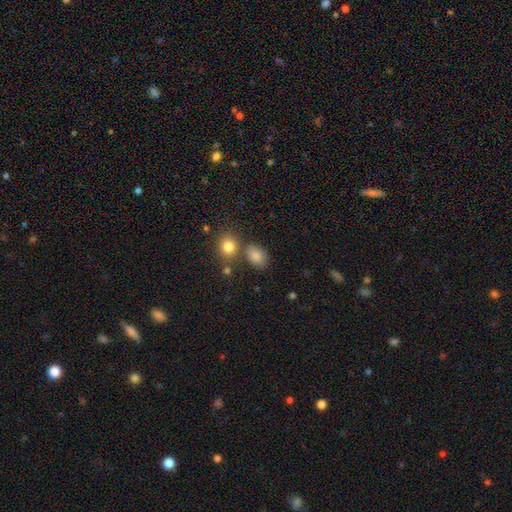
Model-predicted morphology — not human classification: Overall: smooth (84%). How rounded: in between (77%). Merging: none (67%).